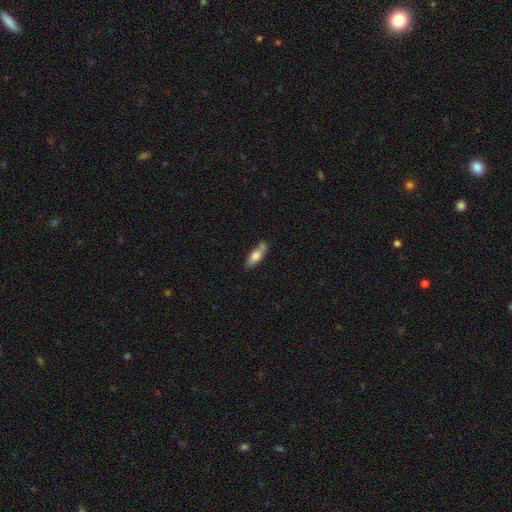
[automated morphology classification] Overall: smooth (73%). How rounded: in between (61%; cigar-shaped 37%). Merging: none (59%; minor disturbance 24%).